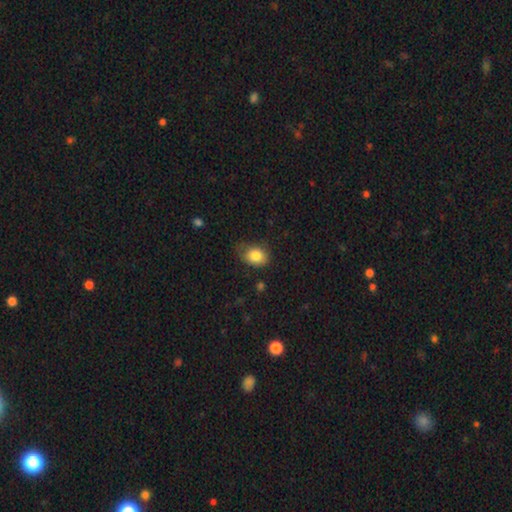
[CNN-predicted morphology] smooth 82%, featured or disk 10%, star or artifact 9%. Down the decision tree: how rounded — in between (67%); merging — none (52%).